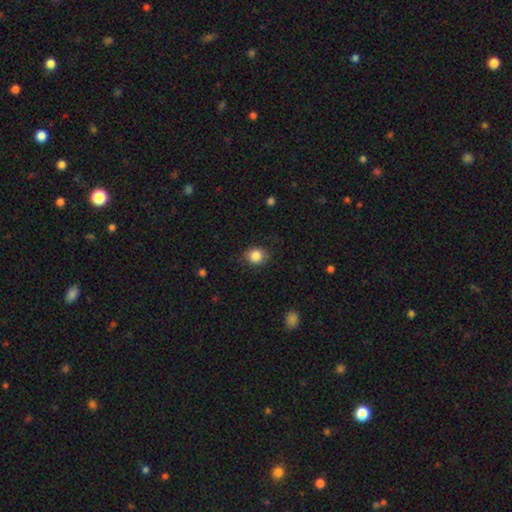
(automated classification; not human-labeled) A smooth galaxy with no disk features (86%) that is round (75%). Merging: none (81%).